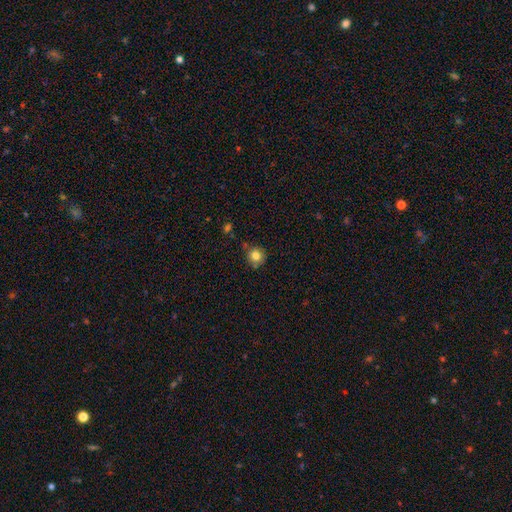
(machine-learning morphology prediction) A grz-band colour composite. It shows a smooth galaxy with no disk features (81%) that is round (91%). Merging: none (77%).